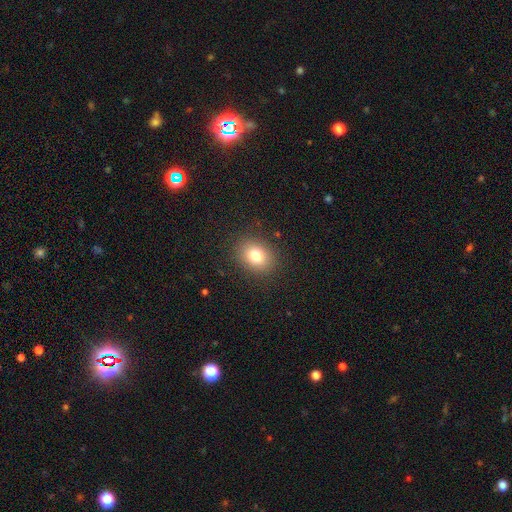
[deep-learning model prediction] Smooth or featured: smooth — 80% (star or artifact — 11%)
How rounded: round — 52% (in between — 47%)
Merging: none — 88% (minor disturbance — 8%)